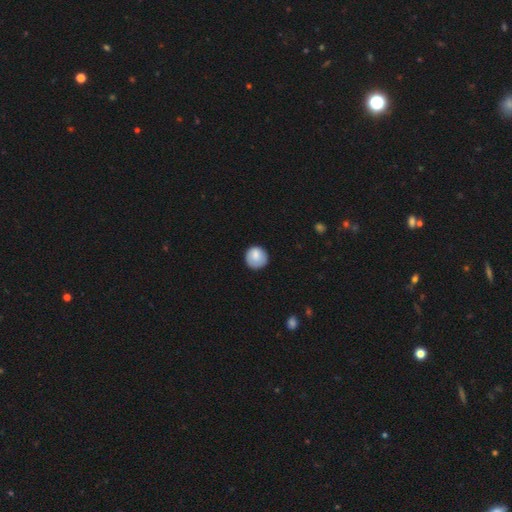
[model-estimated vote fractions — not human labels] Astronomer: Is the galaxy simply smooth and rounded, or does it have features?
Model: smooth — 84%.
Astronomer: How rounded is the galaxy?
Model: round — 93%.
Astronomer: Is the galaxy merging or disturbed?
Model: none — 82%.